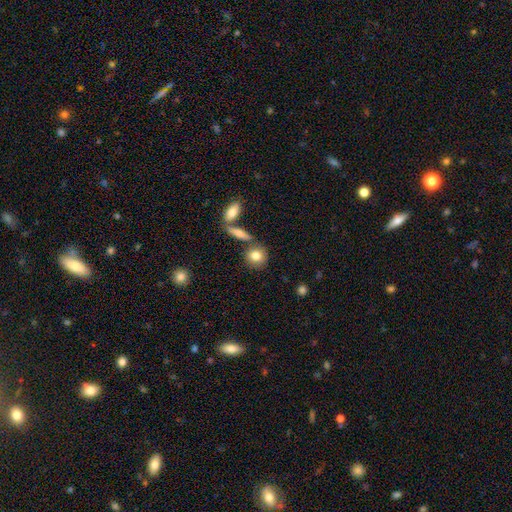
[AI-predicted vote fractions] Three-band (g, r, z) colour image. It shows a smooth galaxy with no disk features (80%) that is round (73%). Merging: none (71%).